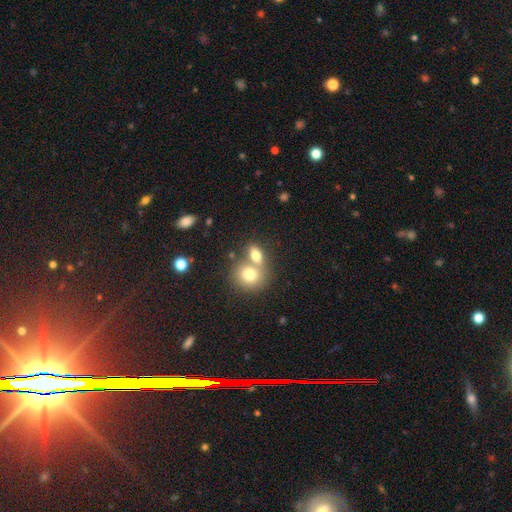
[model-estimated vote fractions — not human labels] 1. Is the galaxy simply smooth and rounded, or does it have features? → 74% smooth, 16% featured or disk, 10% star or artifact.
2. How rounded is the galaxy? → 57% in between, 40% round, 3% cigar-shaped.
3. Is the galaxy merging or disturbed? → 55% merger, 34% none, 8% minor disturbance, 3% major disturbance.